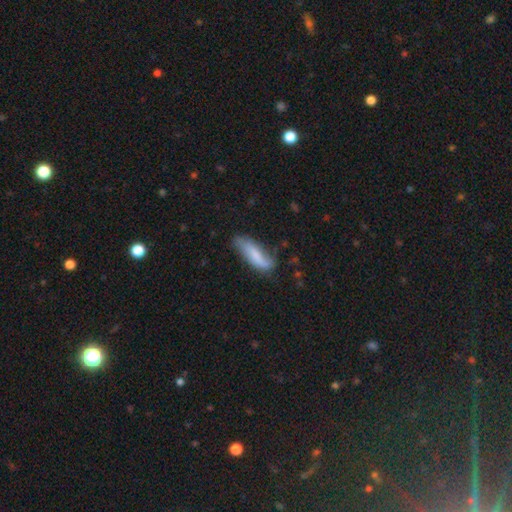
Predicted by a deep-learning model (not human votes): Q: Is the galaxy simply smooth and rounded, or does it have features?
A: smooth — 64%.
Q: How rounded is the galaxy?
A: in between — 50%.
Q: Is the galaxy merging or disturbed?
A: none — 54%.